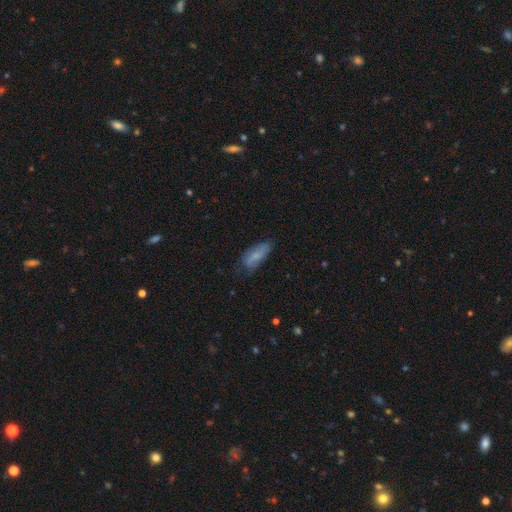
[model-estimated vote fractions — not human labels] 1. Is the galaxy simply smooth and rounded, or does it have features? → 70% smooth, 22% featured or disk, 8% star or artifact.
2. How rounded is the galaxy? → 77% in between, 21% cigar-shaped, 2% round.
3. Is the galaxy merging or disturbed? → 54% none, 32% minor disturbance, 11% major disturbance, 2% merger.